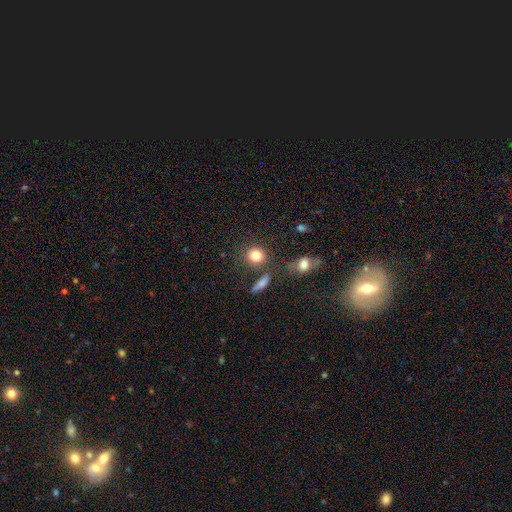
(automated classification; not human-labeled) Overall: smooth (81%). How rounded: round (81%). Merging: none (70%).